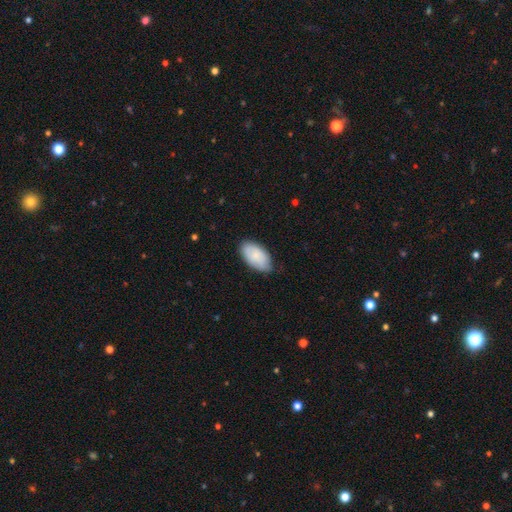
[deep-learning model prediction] Smooth or featured? Predicted: smooth (p=0.83). How rounded? Predicted: in between (p=0.95). Merging? Predicted: none (p=0.75).